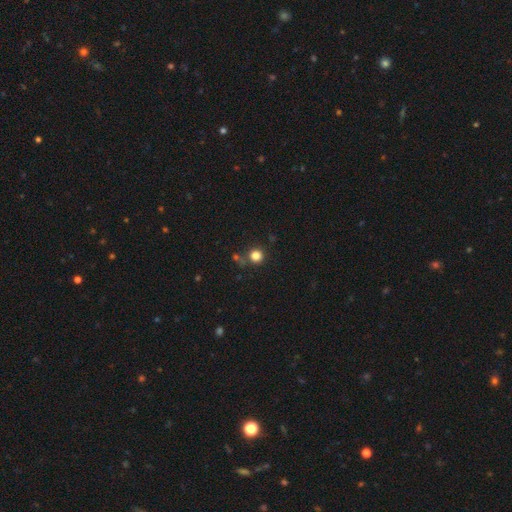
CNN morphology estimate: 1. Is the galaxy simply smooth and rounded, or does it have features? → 82% smooth, 13% star or artifact, 5% featured or disk.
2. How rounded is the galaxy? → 94% round, 5% in between, 1% cigar-shaped.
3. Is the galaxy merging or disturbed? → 78% none, 10% merger, 9% minor disturbance, 4% major disturbance.